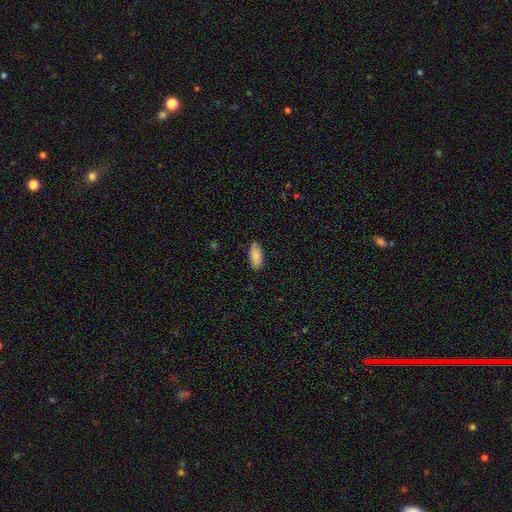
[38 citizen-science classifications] Smooth or featured? smooth (89%)
How rounded? in between (79%)
Merging? none (80%)